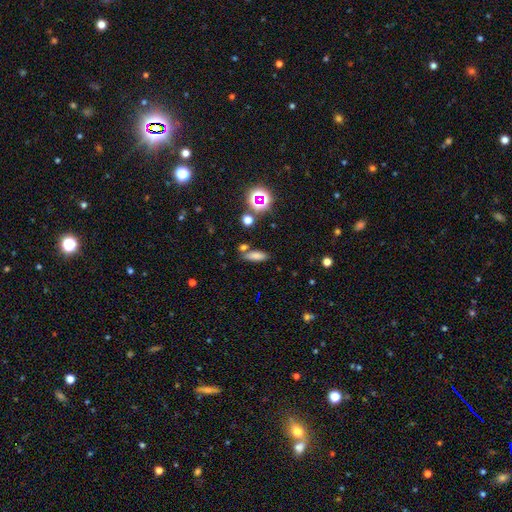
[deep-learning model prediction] Smooth or featured: smooth — 74% (star or artifact — 16%)
How rounded: in between — 61% (cigar-shaped — 34%)
Merging: none — 72% (minor disturbance — 13%)